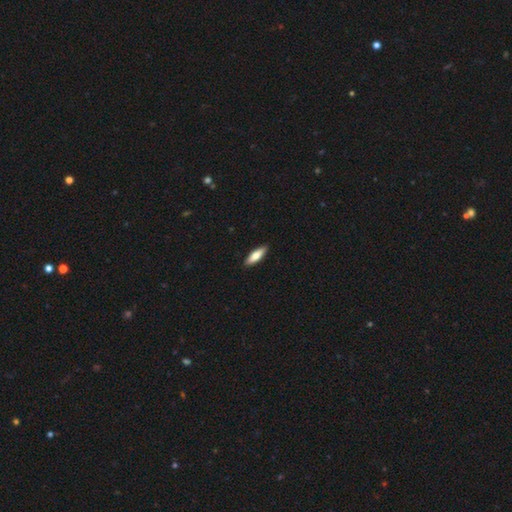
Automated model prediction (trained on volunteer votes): A smooth galaxy with no disk features (73%) that is in between round and cigar-shaped (50%). Merging: none (90%).